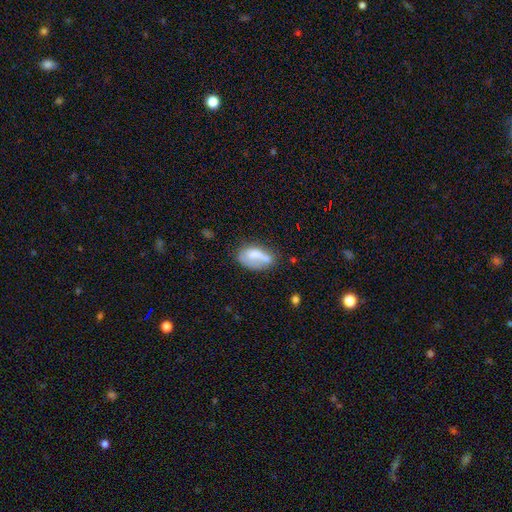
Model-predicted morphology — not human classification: smooth 66%, featured or disk 25%, star or artifact 9%. Down the decision tree: how rounded — in between (89%); merging — none (41%).